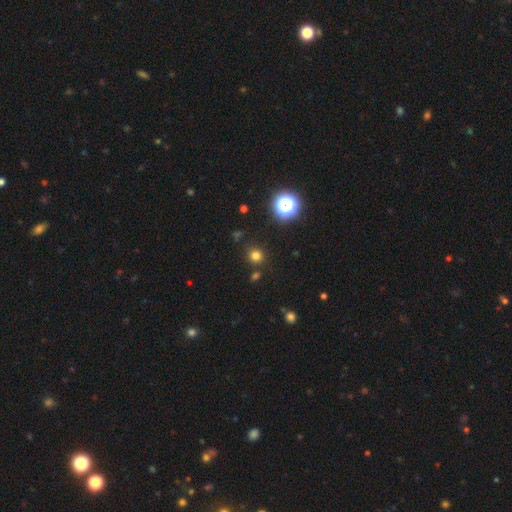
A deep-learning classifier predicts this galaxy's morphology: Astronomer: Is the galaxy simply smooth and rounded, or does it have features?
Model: smooth — 75%.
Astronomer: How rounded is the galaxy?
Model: round — 92%.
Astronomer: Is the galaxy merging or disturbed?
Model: none — 87%.